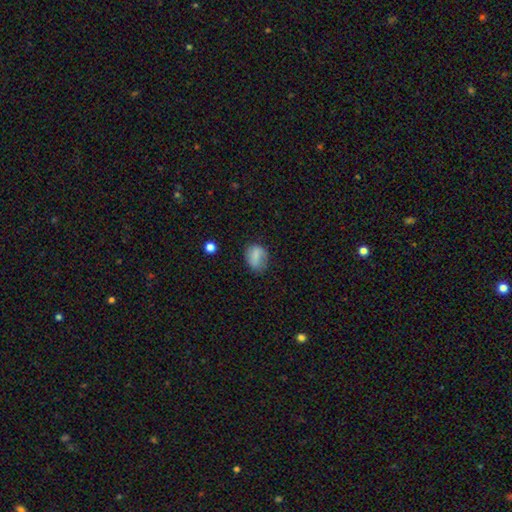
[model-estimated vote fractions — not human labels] Smooth or featured? smooth (79%)
How rounded? in between (63%)
Merging? none (67%)